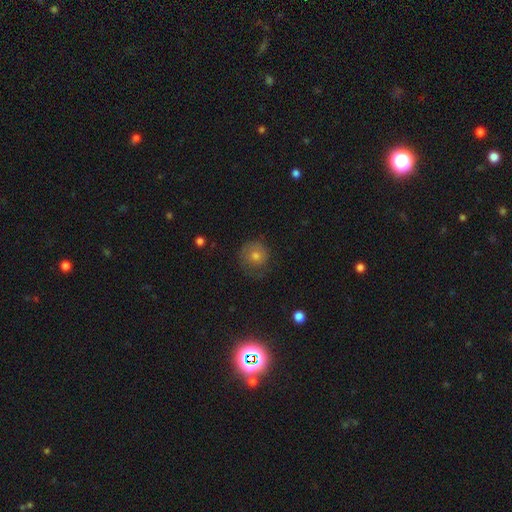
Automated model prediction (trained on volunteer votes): smooth-or-featured: smooth: 57% | featured or disk: 27% | star or artifact: 16%
  how-rounded: round: 89% | in between: 10% | cigar-shaped: 1%
  merging: none: 69% | minor disturbance: 19% | major disturbance: 10% | merger: 1%